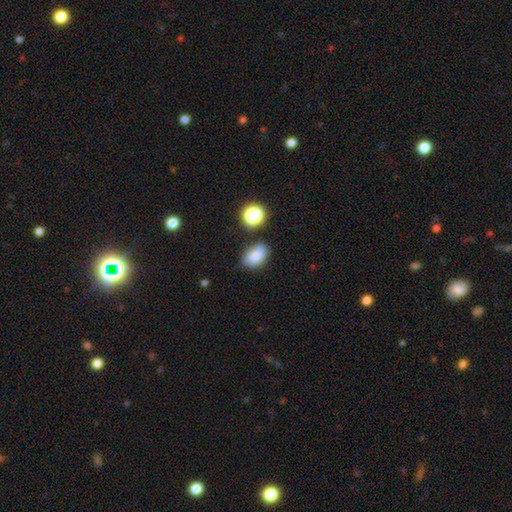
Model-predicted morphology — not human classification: smooth_or_featured: smooth (p=0.81) [alt: star or artifact p=0.11]
how_rounded: in between (p=0.83) [alt: round p=0.16]
merging: none (p=0.73) [alt: minor disturbance p=0.17]